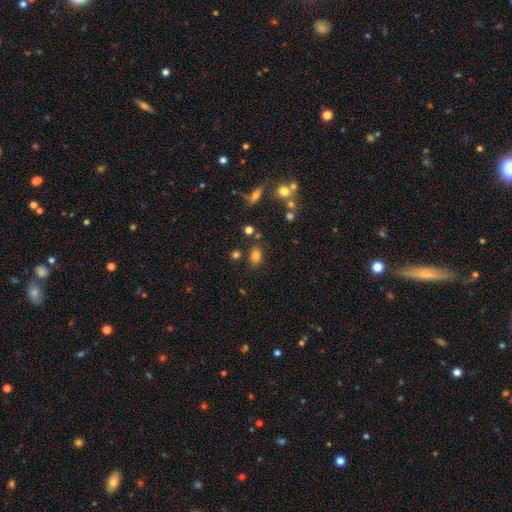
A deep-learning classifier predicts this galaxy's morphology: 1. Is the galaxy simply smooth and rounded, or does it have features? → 79% smooth, 13% star or artifact, 8% featured or disk.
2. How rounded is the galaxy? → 80% in between, 18% round, 2% cigar-shaped.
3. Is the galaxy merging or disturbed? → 77% none, 12% minor disturbance, 7% merger, 4% major disturbance.